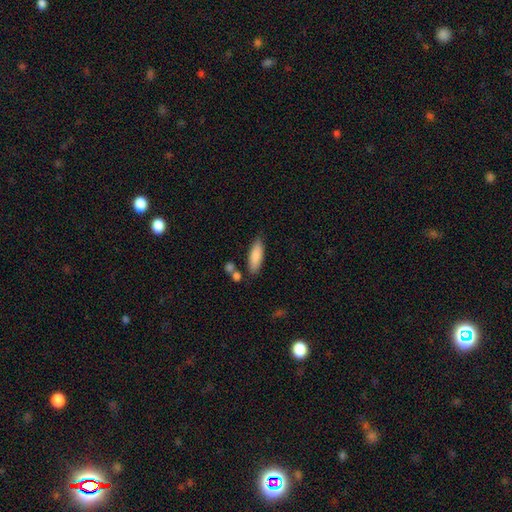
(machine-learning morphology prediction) Smooth or featured: smooth — 85% (featured or disk — 9%)
How rounded: in between — 57% (cigar-shaped — 41%)
Merging: none — 77% (minor disturbance — 13%)